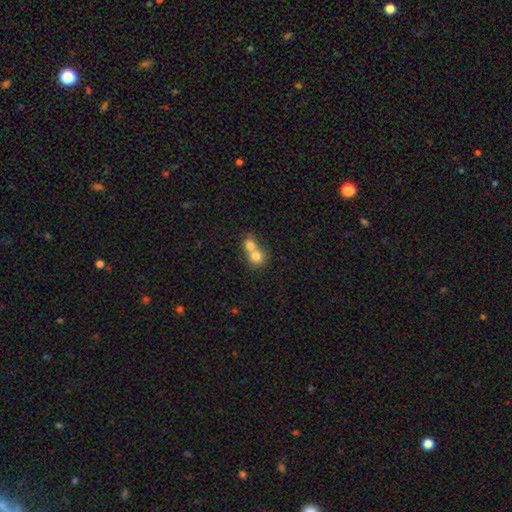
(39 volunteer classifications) A smooth galaxy with no disk features (82%) that is round (84%). Merging: merger (76%).